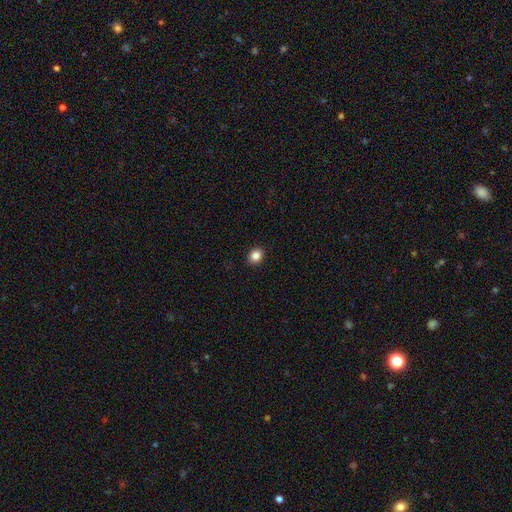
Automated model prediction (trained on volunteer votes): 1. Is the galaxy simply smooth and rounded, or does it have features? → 85% smooth, 10% star or artifact, 4% featured or disk.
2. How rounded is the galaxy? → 59% round, 41% in between, 1% cigar-shaped.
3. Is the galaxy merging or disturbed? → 92% none, 6% minor disturbance, 2% major disturbance, 1% merger.